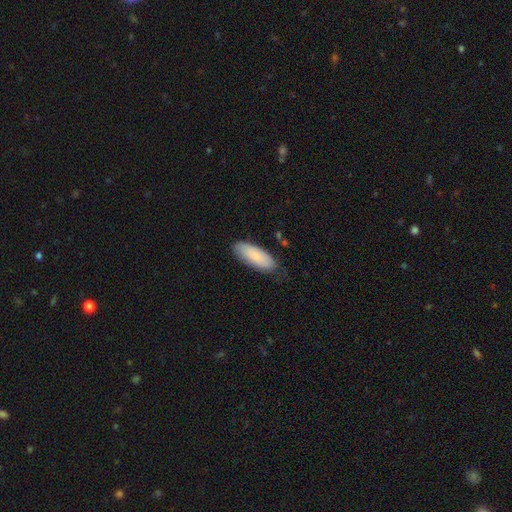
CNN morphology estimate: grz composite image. It shows a smooth galaxy with no disk features (83%) that is in between round and cigar-shaped (75%). Merging: none (75%).